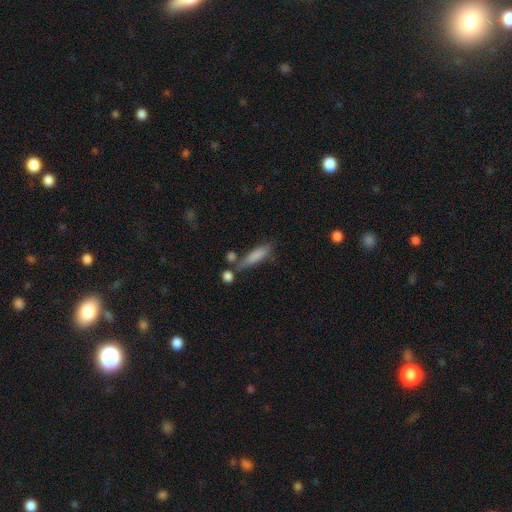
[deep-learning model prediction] A smooth galaxy with no disk features (79%) that is cigar-shaped (63%).

Vote fractions:
- Smooth or featured? smooth: 79% / featured or disk: 14% / star or artifact: 7%
- How rounded? cigar-shaped: 63% / in between: 34% / round: 3%
- Merging? none: 56% / minor disturbance: 19% / merger: 17% / major disturbance: 8%